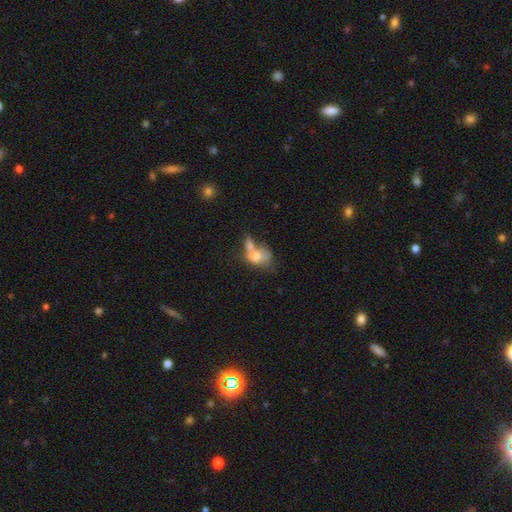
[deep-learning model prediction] This is likely a smooth galaxy (67%). How rounded: likely in between (69%). Merging: possibly merger (55%).